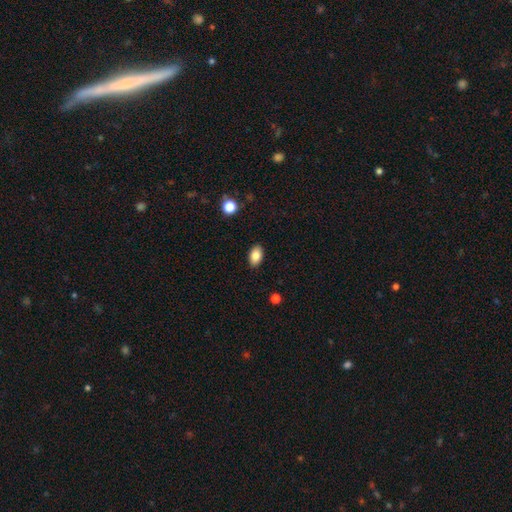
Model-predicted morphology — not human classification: Q: Smooth or featured?
A: smooth (85%); runner-up: star or artifact (8%)
Q: How rounded?
A: in between (90%); runner-up: round (8%)
Q: Merging?
A: none (88%); runner-up: minor disturbance (9%)